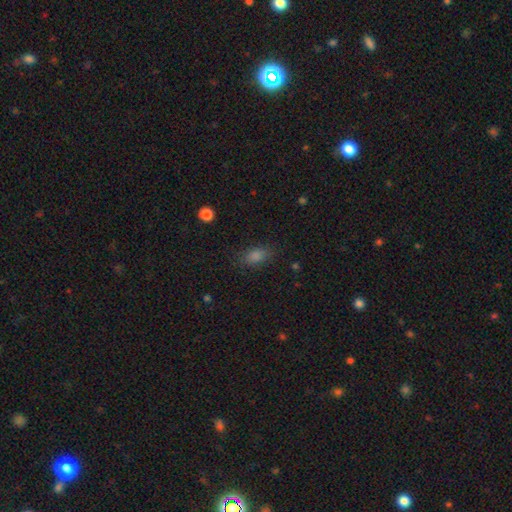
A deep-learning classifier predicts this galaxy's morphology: Q: Smooth or featured?
A: smooth (77%); runner-up: star or artifact (16%)
Q: How rounded?
A: in between (82%); runner-up: round (9%)
Q: Merging?
A: none (82%); runner-up: minor disturbance (13%)